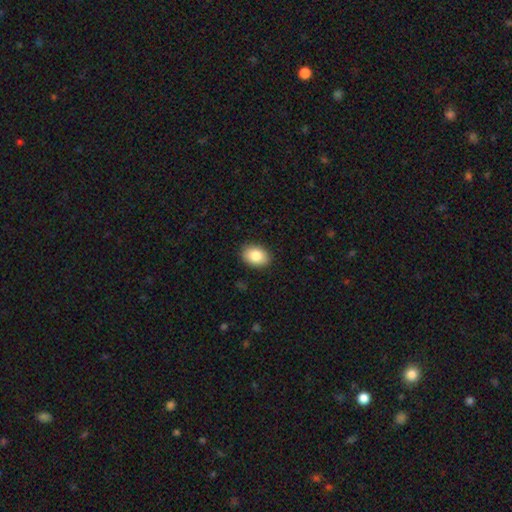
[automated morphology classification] Smooth or featured? smooth (85%)
How rounded? in between (78%)
Merging? none (89%)